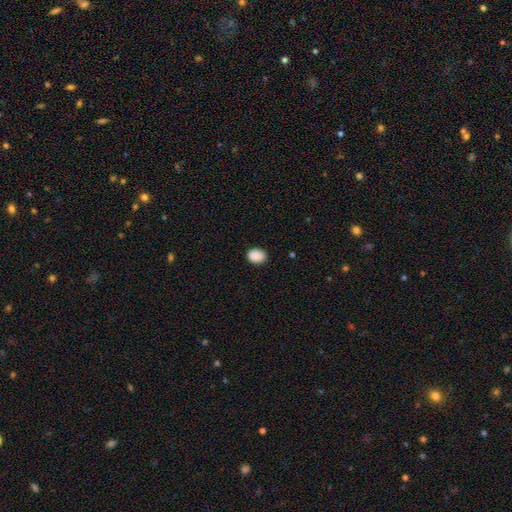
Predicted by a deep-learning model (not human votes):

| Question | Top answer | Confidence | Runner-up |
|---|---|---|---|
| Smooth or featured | smooth | 89% | star or artifact (8%) |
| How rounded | in between | 60% | round (39%) |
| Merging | none | 87% | minor disturbance (10%) |